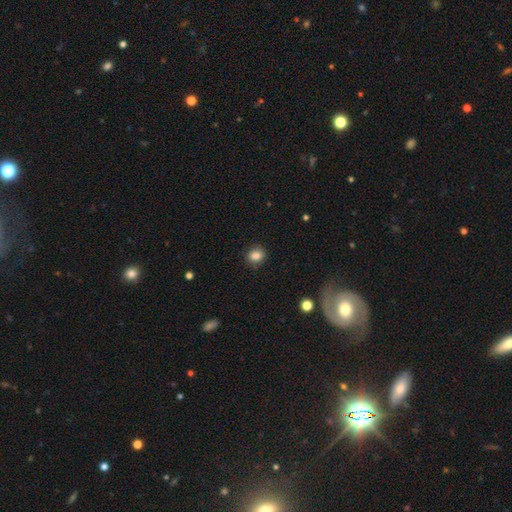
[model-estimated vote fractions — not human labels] smooth 84%, star or artifact 10%, featured or disk 6%. Down the decision tree: how rounded — round (65%); merging — none (86%).